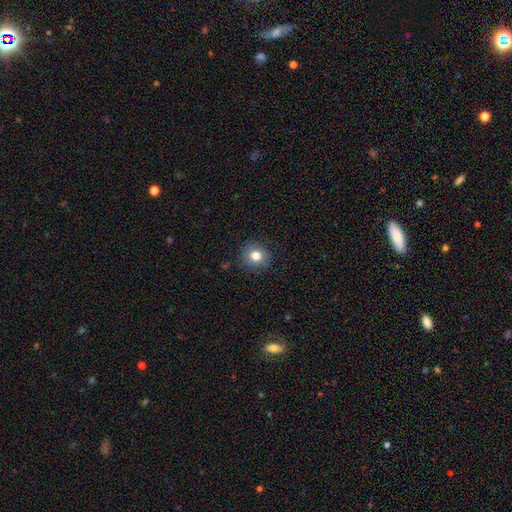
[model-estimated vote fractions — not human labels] This is likely a smooth galaxy (79%). How rounded: clearly round (87%). Merging: clearly none (88%).